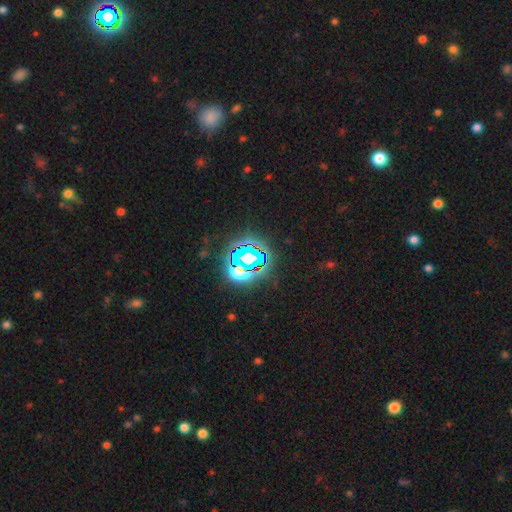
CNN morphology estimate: Smooth or featured?
  - star or artifact: 76% *
  - smooth: 13%
  - featured or disk: 10%